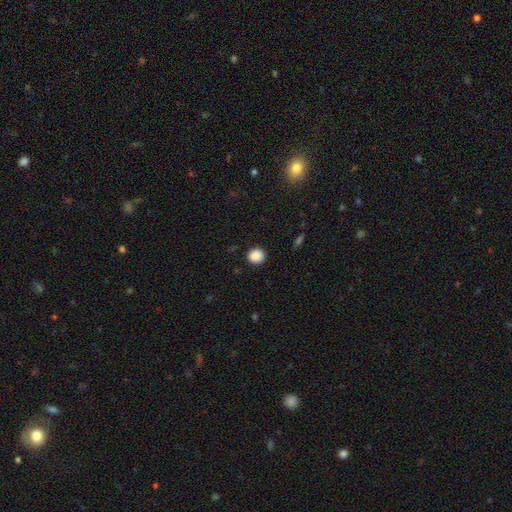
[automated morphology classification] Smooth or featured? smooth (89%)
How rounded? round (90%)
Merging? none (91%)